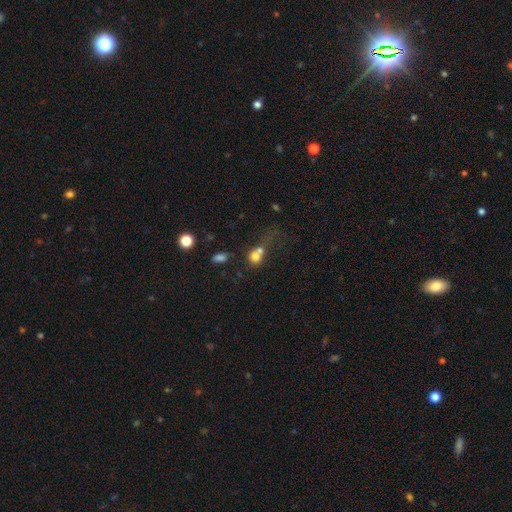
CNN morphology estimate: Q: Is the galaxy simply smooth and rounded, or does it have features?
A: smooth — 72%.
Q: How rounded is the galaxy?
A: round — 71%.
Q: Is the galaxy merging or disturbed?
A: merger — 57%.